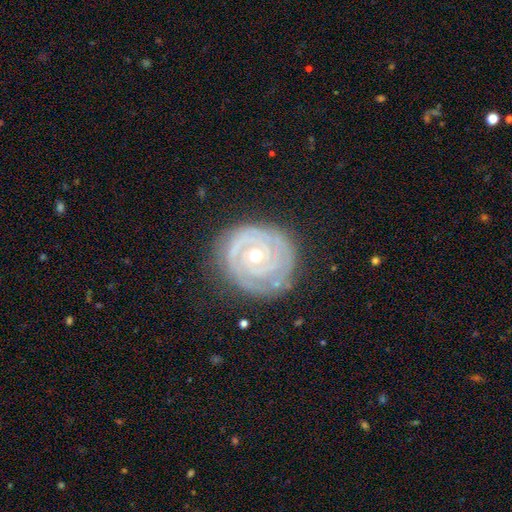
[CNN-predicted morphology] Smooth or featured? Predicted: featured or disk (p=0.87). Edge-on disk? Predicted: no (p=0.97). Bar? Predicted: no (p=0.77). Spiral arms? Predicted: yes (p=0.96). Spiral winding? Predicted: tight (p=0.86). Spiral arm count? Predicted: 2 (p=0.34). Bulge size? Predicted: moderate (p=0.59). Merging? Predicted: none (p=0.79).